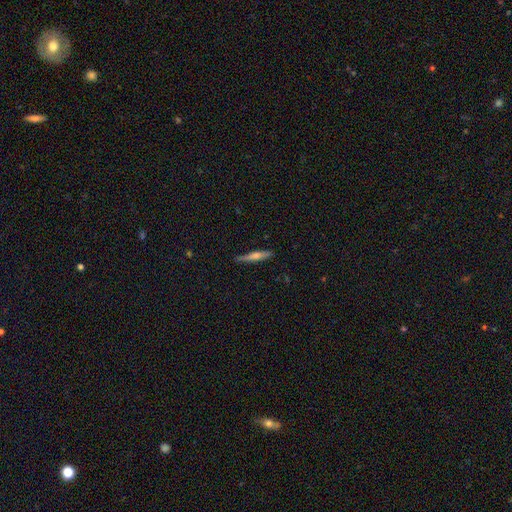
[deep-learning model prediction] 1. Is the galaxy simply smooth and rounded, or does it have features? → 51% featured or disk, 43% smooth, 6% star or artifact.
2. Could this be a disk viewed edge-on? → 96% yes, 4% no.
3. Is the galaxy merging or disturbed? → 85% none, 12% minor disturbance, 2% major disturbance, 1% merger.